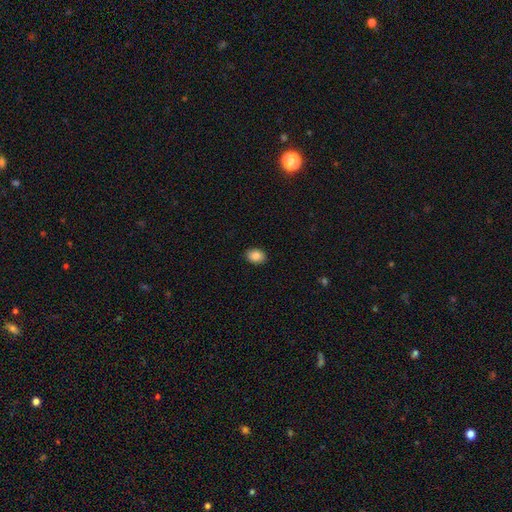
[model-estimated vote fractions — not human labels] Smooth or featured? smooth (86%)
How rounded? in between (66%)
Merging? none (90%)